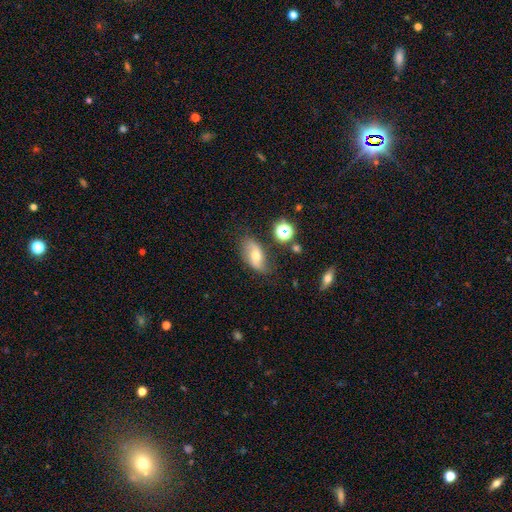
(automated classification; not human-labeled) smooth 48%, featured or disk 41%, star or artifact 11%. Down the decision tree: merging — none (69%).